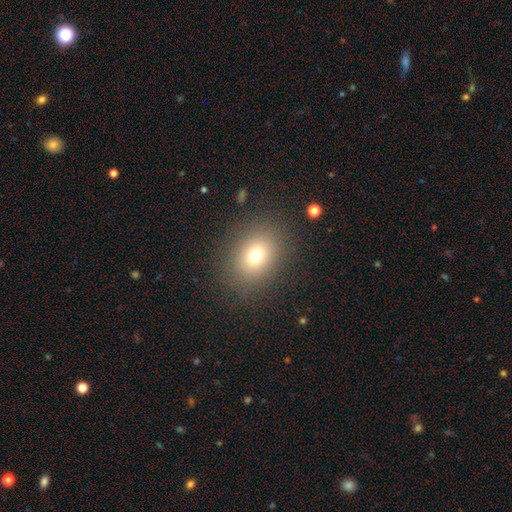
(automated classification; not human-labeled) smooth 73%, star or artifact 16%, featured or disk 11%. Down the decision tree: how rounded — round (57%); merging — none (86%).